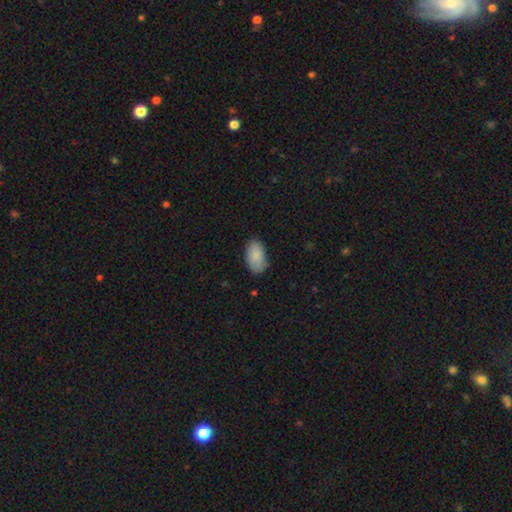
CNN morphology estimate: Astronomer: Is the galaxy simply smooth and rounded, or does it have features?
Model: smooth — 87%.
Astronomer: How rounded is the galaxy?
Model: in between — 94%.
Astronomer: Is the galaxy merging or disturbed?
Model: none — 78%.